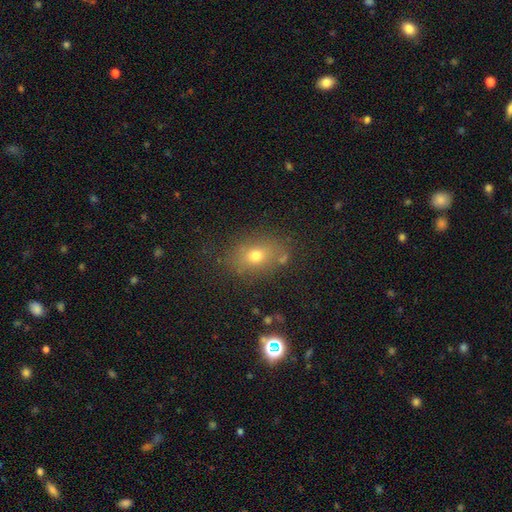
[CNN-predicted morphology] Smooth or featured?
  - smooth: 68% *
  - star or artifact: 16%
  - featured or disk: 16%
How rounded?
  - in between: 70% *
  - round: 28%
  - cigar-shaped: 2%
Merging?
  - none: 76% *
  - minor disturbance: 14%
  - major disturbance: 5%
  - merger: 5%